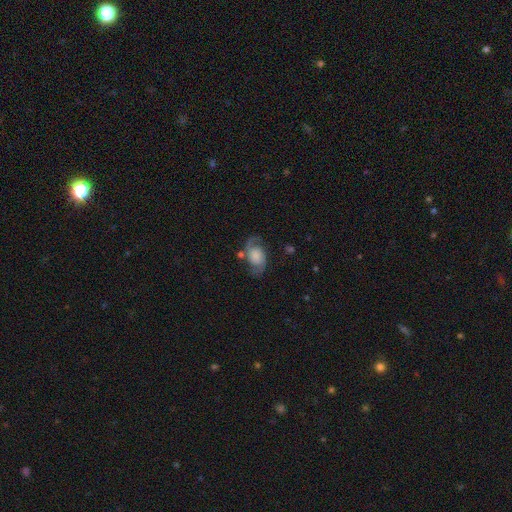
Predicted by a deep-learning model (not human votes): A featured or disk galaxy (74%) with no bar (71%), 2 (91%) medium (46%) spiral arms (94%) and no central bulge (24%, tied with large and small). Merging: none (67%).